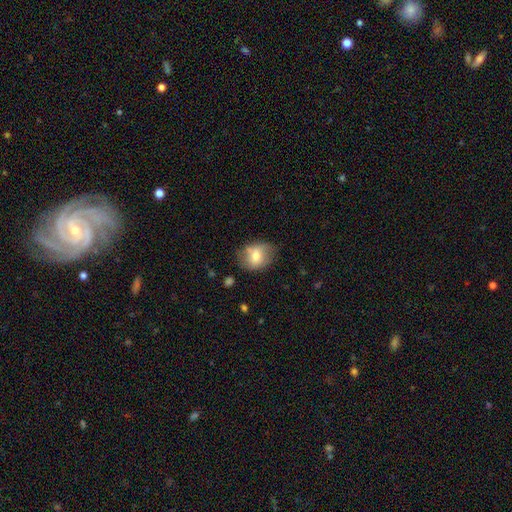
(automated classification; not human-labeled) smooth_or_featured: smooth (p=0.68) [alt: featured or disk p=0.24]
how_rounded: in between (p=0.59) [alt: round p=0.40]
merging: none (p=0.61) [alt: minor disturbance p=0.25]